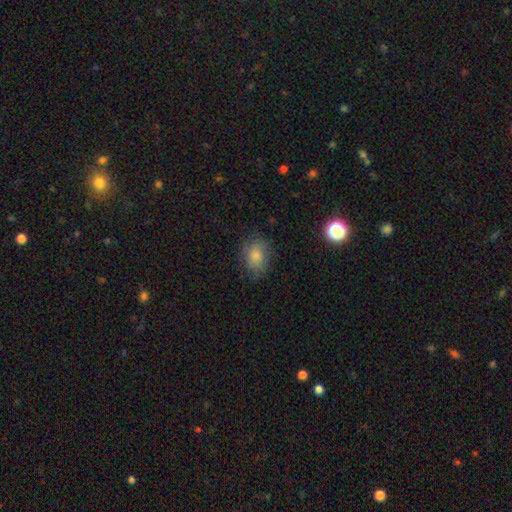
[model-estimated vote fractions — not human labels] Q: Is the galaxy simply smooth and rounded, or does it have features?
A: smooth — 78%.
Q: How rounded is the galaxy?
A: in between — 66%.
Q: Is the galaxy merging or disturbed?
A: none — 70%.